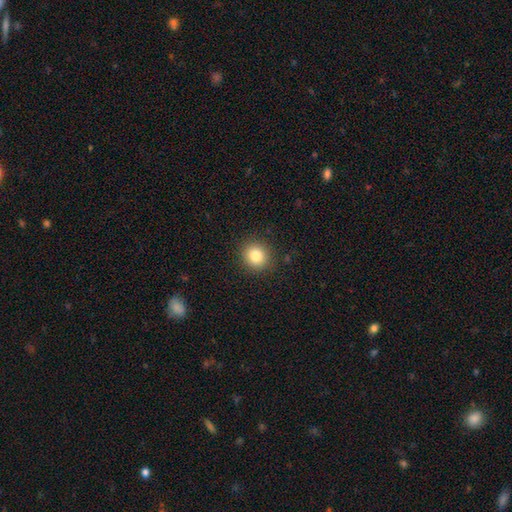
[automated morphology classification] The model was most divided on "smooth or featured": smooth: 83%, star or artifact: 11%, featured or disk: 6%. More confident: merging — none (90%); how rounded — round (88%).